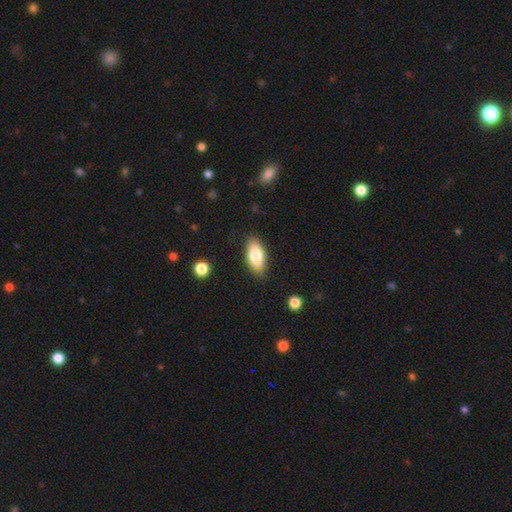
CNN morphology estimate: smooth_or_featured: smooth (p=0.81) [alt: featured or disk p=0.12]
how_rounded: in between (p=0.91) [alt: cigar-shaped p=0.06]
merging: none (p=0.83) [alt: minor disturbance p=0.13]